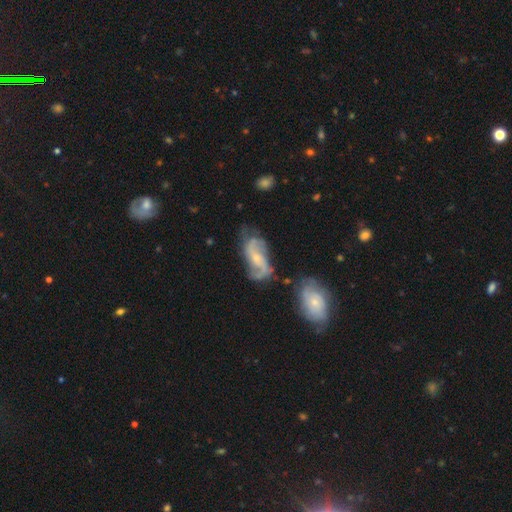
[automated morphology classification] This appears to be a featured or disk galaxy (81%) with no bar (49%), 2 (79%) loose (45%) spiral arms (93%) and a small central bulge (63%). Merging: none (55%).